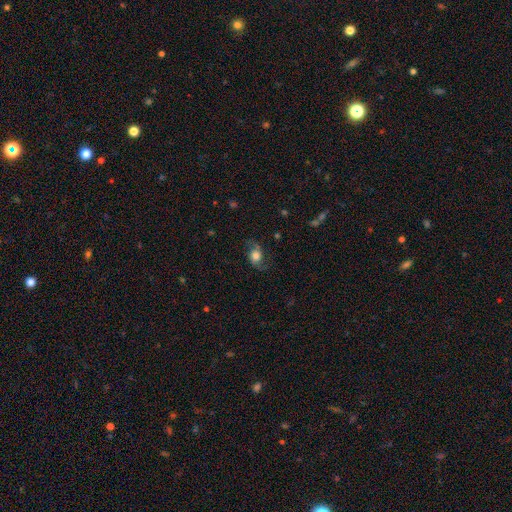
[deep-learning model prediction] This appears to be a smooth galaxy with no disk features (49%). Merging: none (66%).